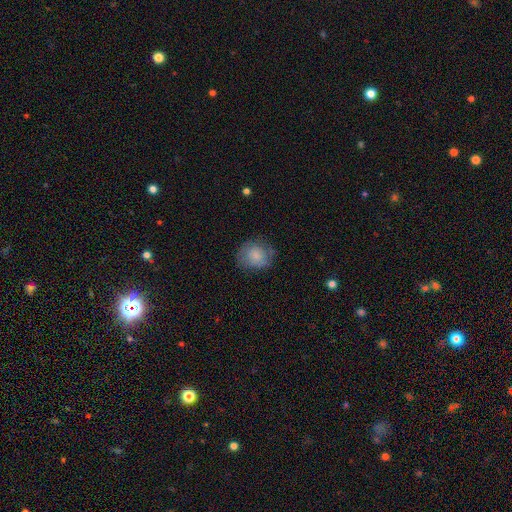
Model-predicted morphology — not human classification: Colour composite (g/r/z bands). It shows a smooth galaxy with no disk features (78%) that is round (71%). Merging: none (68%).